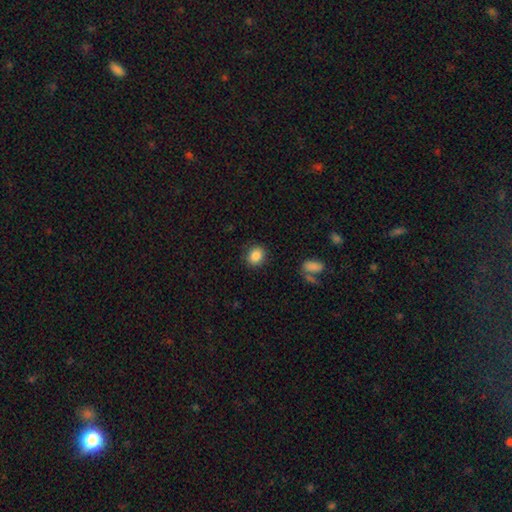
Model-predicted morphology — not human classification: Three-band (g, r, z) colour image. It shows a smooth galaxy with no disk features (87%) that is round (76%). Merging: none (87%).